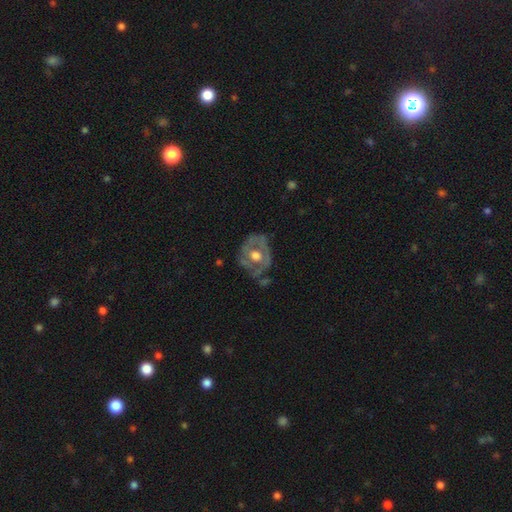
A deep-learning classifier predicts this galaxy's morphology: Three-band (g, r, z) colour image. It shows a featured or disk galaxy (68%) with no bar (81%), no spiral arms (57%) and a moderate central bulge (60%). Merging: none (57%).